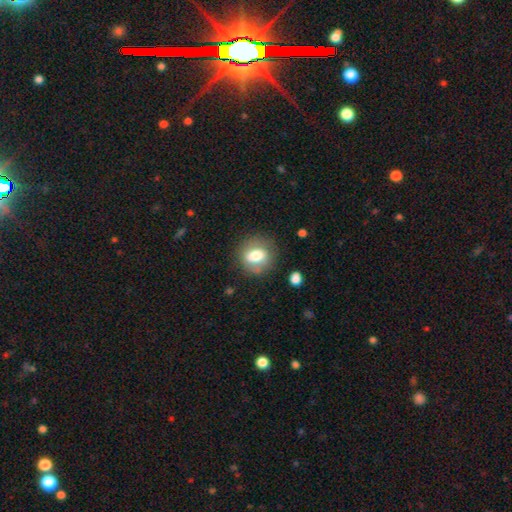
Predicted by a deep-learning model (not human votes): smooth_or_featured: smooth (p=0.71) [alt: featured or disk p=0.21]
how_rounded: round (p=0.60) [alt: in between p=0.38]
merging: none (p=0.78) [alt: minor disturbance p=0.15]